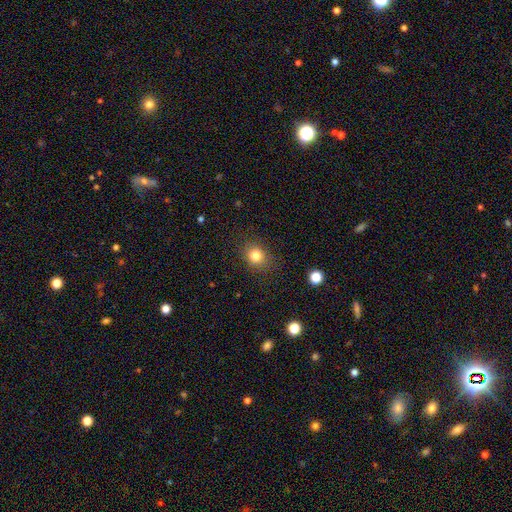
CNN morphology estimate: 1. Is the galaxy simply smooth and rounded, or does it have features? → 82% smooth, 12% star or artifact, 6% featured or disk.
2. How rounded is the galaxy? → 69% round, 30% in between, 1% cigar-shaped.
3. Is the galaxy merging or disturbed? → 85% none, 11% minor disturbance, 3% major disturbance, 1% merger.